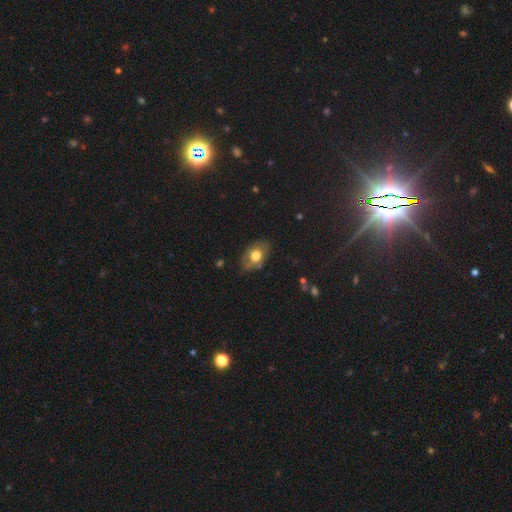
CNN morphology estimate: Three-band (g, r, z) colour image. It shows a smooth galaxy with no disk features (60%) that is in between round and cigar-shaped (79%). Merging: none (71%).